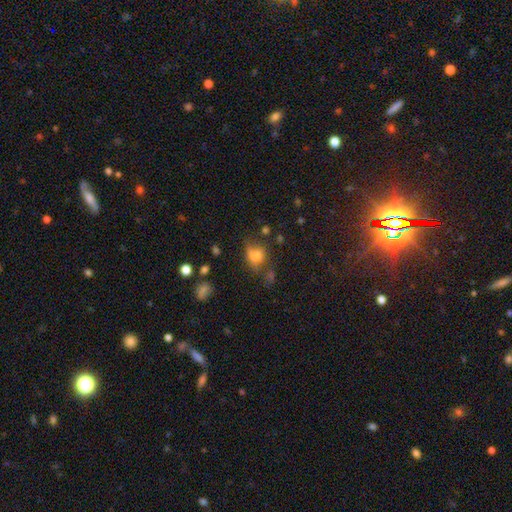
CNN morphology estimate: A smooth galaxy with no disk features (70%) that is round (58%). Merging: none (43%).